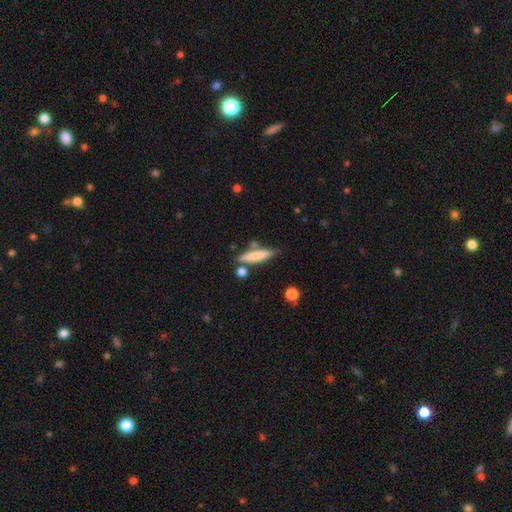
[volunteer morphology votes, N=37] Smooth or featured? smooth (76%)
How rounded? cigar-shaped (79%)
Merging? none (74%)